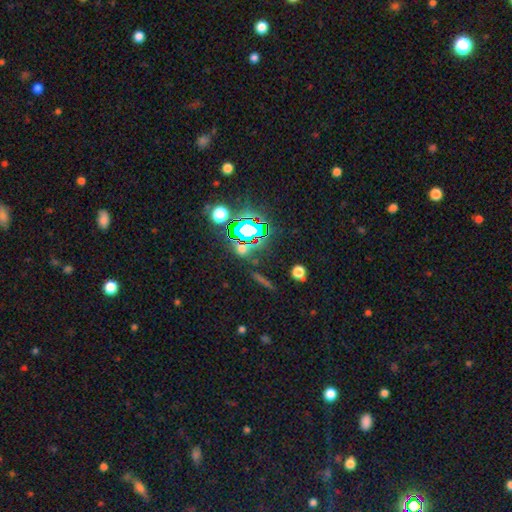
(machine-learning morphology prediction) smooth-or-featured: star or artifact: 78% | smooth: 13% | featured or disk: 10%